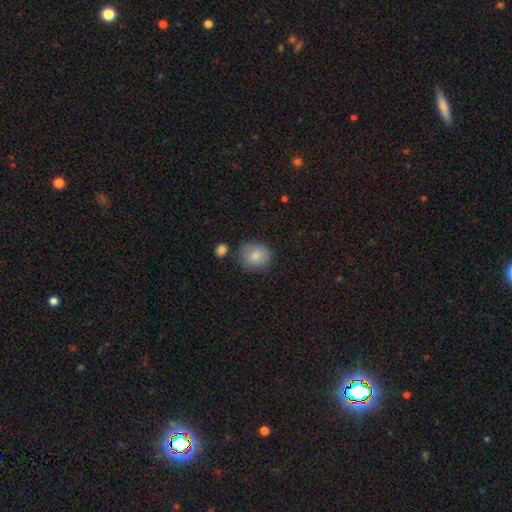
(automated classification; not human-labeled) Overall: smooth (82%). How rounded: round (74%). Merging: none (71%).